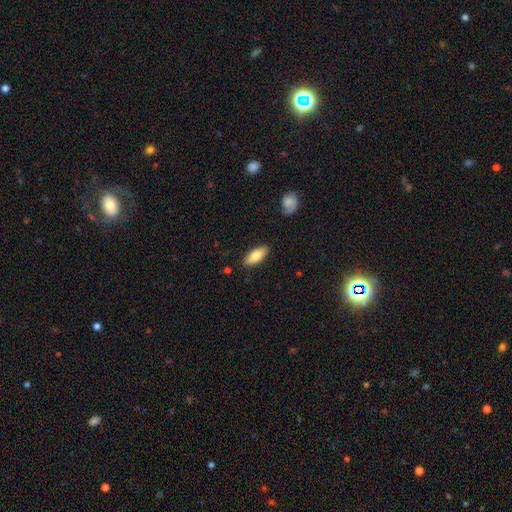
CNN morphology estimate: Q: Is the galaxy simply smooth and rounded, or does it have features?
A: smooth — 80%.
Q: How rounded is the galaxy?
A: in between — 79%.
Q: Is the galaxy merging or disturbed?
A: none — 86%.